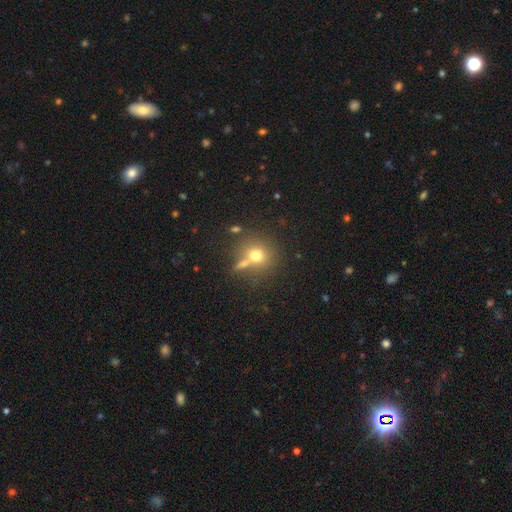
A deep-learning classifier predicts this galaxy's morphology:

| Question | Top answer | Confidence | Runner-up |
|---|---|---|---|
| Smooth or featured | smooth | 69% | star or artifact (16%) |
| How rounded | round | 86% | in between (12%) |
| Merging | none | 64% | merger (20%) |